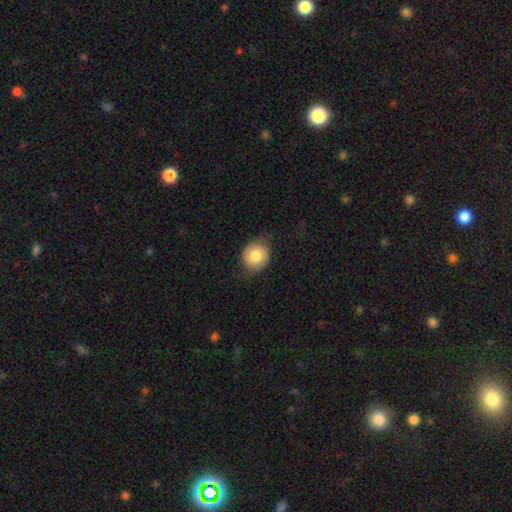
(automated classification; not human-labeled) This is likely a smooth galaxy (76%). How rounded: likely round (70%). Merging: likely none (67%).